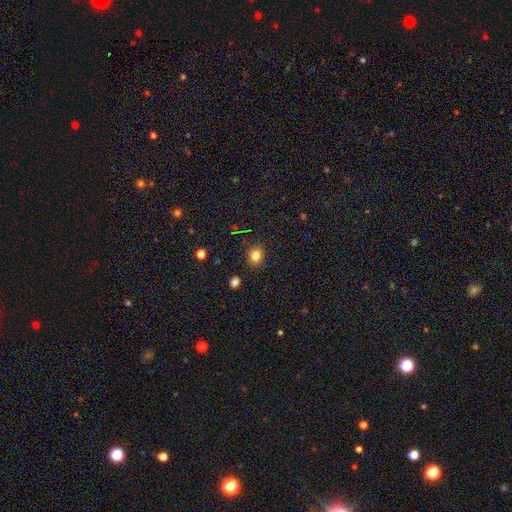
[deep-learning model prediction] Smooth or featured? Predicted: smooth (p=0.81). How rounded? Predicted: round (p=0.71). Merging? Predicted: none (p=0.87).